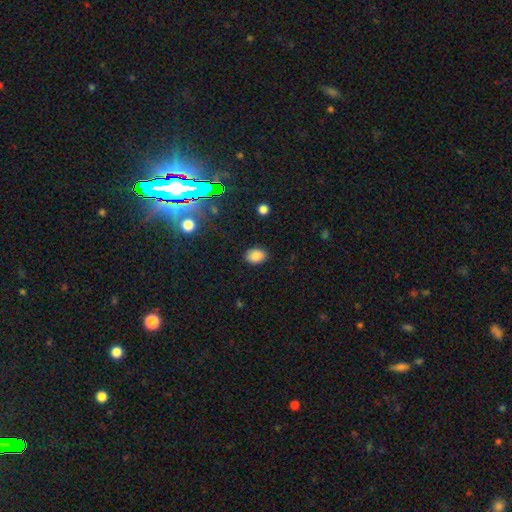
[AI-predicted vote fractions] A smooth galaxy with no disk features (83%) that is in between round and cigar-shaped (70%). Merging: none (87%).